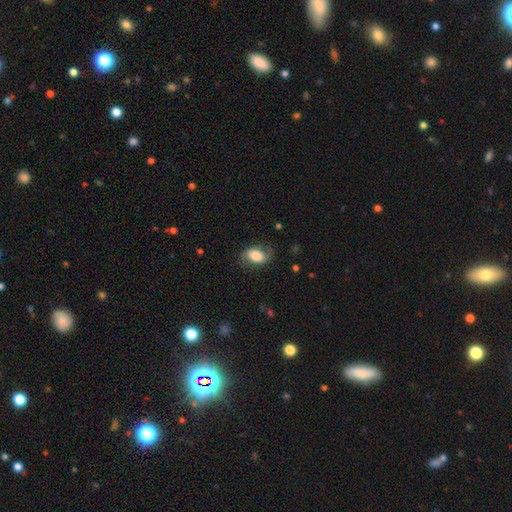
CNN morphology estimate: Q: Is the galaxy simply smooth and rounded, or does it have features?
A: smooth — 65%.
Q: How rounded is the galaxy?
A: in between — 86%.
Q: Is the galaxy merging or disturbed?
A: none — 69%.